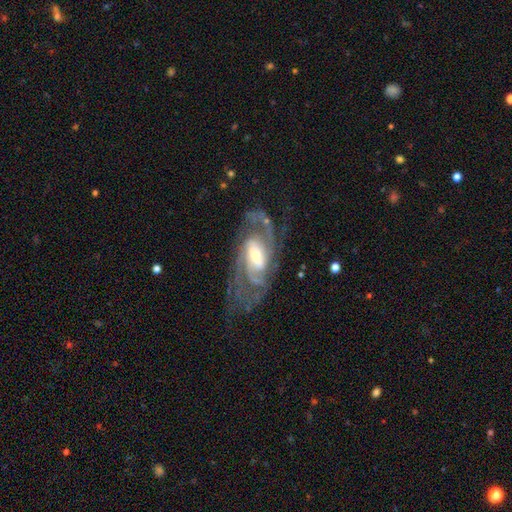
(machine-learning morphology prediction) type=featured or disk (89%); edge-on=no (95%); bar=weak (42%); spiral arms=yes (97%); winding=medium (47%); arm count=2 (53%); bulge=moderate (48%); merging=none (67%).